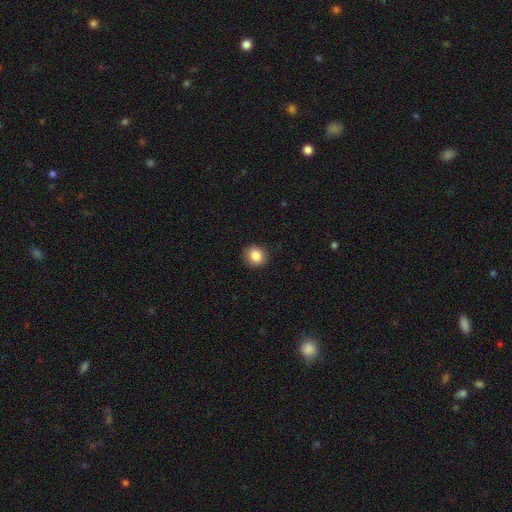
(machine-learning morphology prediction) Overall: smooth (86%). How rounded: round (82%). Merging: none (90%).